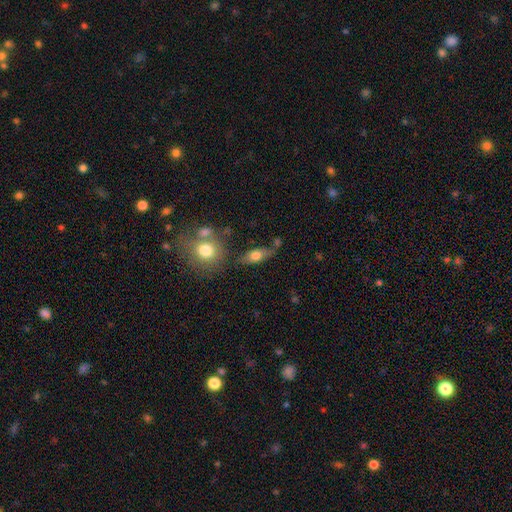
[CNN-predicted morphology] The model was most divided on "smooth or featured": smooth: 66%, featured or disk: 25%, star or artifact: 9%. More confident: how rounded — in between (71%); merging — none (61%).